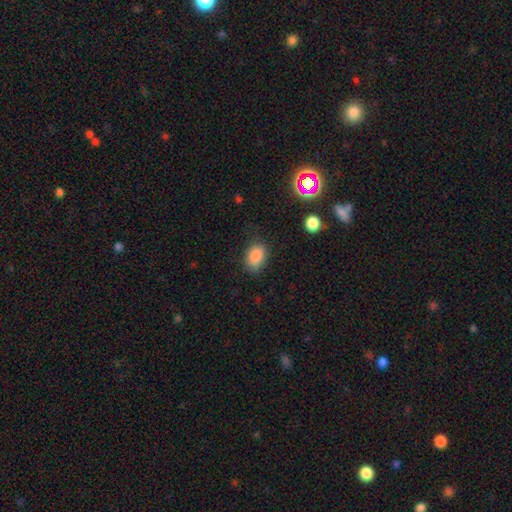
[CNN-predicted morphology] type=smooth (86%); roundness=in between (83%); merging=none (77%).